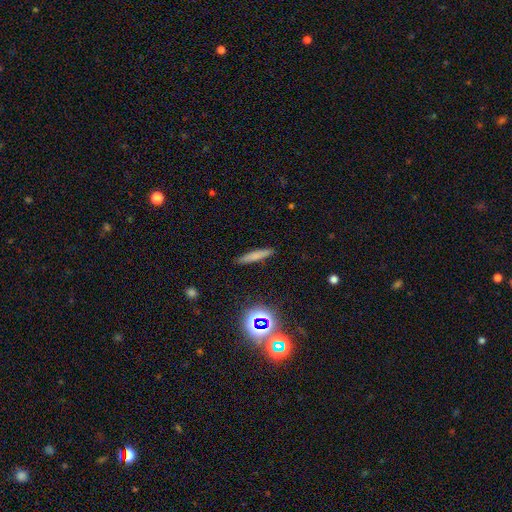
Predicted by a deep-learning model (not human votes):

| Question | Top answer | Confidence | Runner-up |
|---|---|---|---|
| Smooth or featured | smooth | 70% | featured or disk (17%) |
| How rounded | cigar-shaped | 90% | in between (7%) |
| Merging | none | 88% | minor disturbance (8%) |